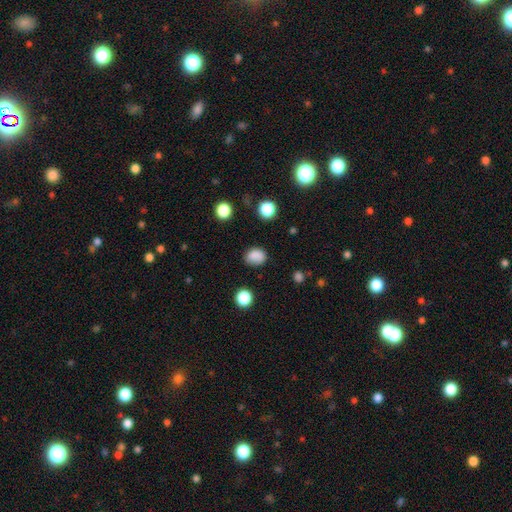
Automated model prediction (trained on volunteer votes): Overall: smooth (84%). How rounded: in between (53%; round 47%). Merging: none (76%).